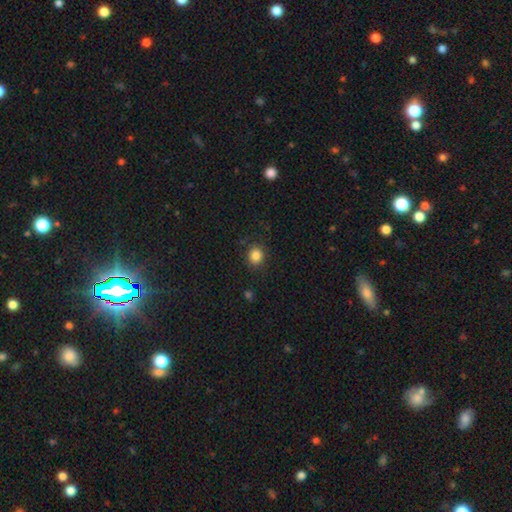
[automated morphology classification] Overall: smooth (84%). How rounded: round (77%). Merging: none (86%).